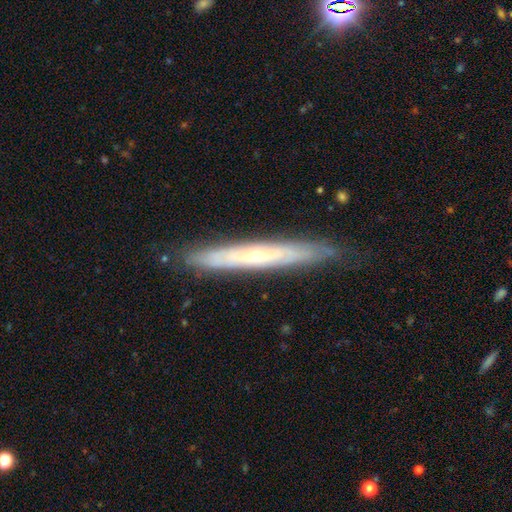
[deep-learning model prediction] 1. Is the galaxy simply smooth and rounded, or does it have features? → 67% featured or disk, 27% smooth, 6% star or artifact.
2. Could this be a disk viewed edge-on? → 76% yes, 24% no.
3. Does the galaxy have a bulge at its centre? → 58% rounded, 39% none, 2% boxy.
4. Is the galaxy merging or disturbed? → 83% none, 14% minor disturbance, 2% major disturbance, 1% merger.